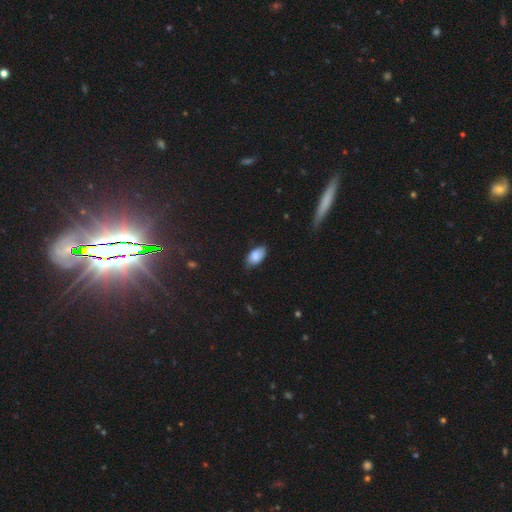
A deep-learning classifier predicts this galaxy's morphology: Smooth or featured? Predicted: smooth (p=0.84). How rounded? Predicted: in between (p=0.94). Merging? Predicted: none (p=0.74).